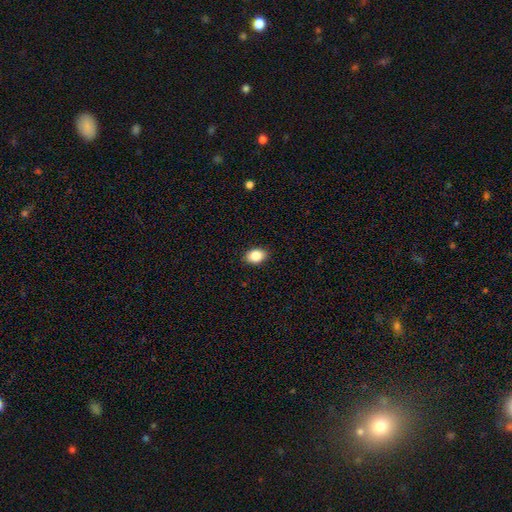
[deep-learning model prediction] Overall: smooth (86%). How rounded: in between (79%). Merging: none (89%).